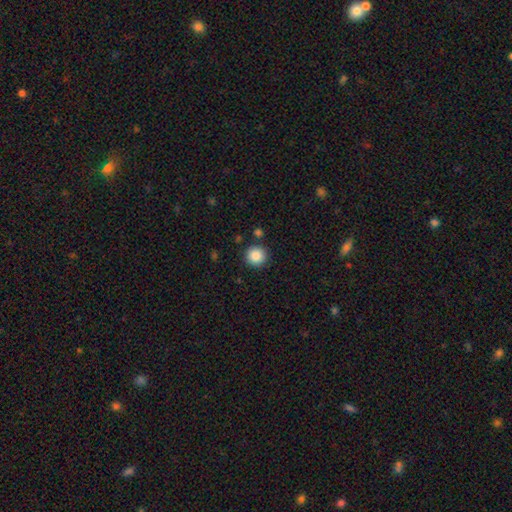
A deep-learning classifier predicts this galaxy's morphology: Smooth or featured?
  - smooth: 87% *
  - star or artifact: 9%
  - featured or disk: 3%
How rounded?
  - round: 95% *
  - in between: 4%
  - cigar-shaped: 1%
Merging?
  - none: 88% *
  - minor disturbance: 6%
  - merger: 3%
  - major disturbance: 2%